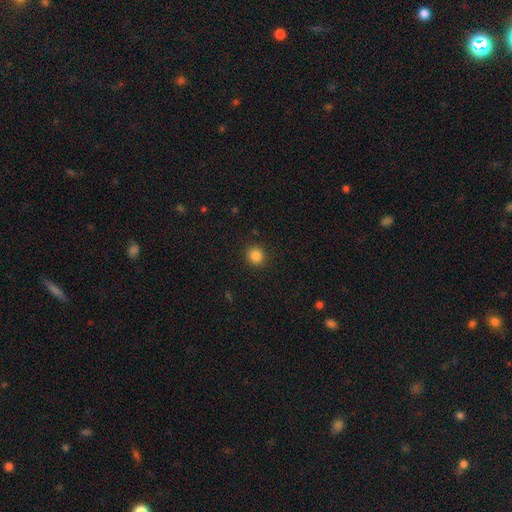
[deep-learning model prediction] A smooth galaxy with no disk features (85%) that is round (91%). Merging: none (90%).